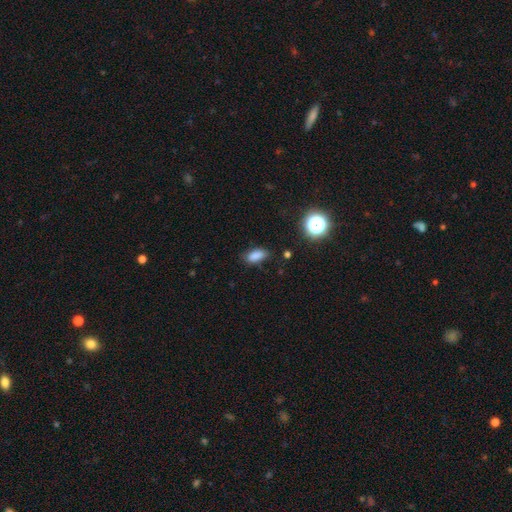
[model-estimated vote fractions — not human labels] Smooth or featured: smooth — 83% (star or artifact — 12%)
How rounded: in between — 85% (cigar-shaped — 8%)
Merging: none — 78% (minor disturbance — 17%)